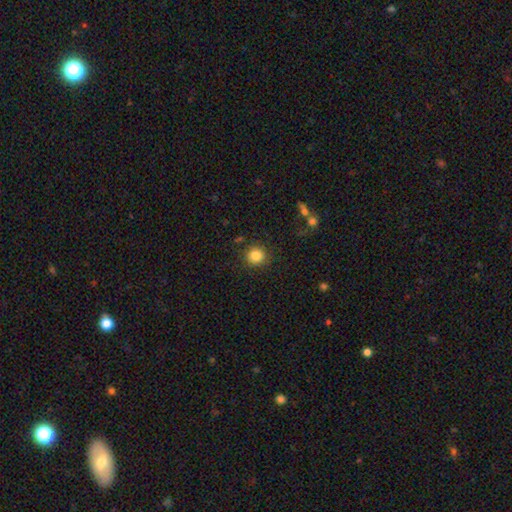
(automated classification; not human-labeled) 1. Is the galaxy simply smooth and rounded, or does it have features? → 84% smooth, 11% star or artifact, 5% featured or disk.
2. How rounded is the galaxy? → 92% round, 7% in between, 1% cigar-shaped.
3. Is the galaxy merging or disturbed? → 88% none, 7% minor disturbance, 3% major disturbance, 2% merger.